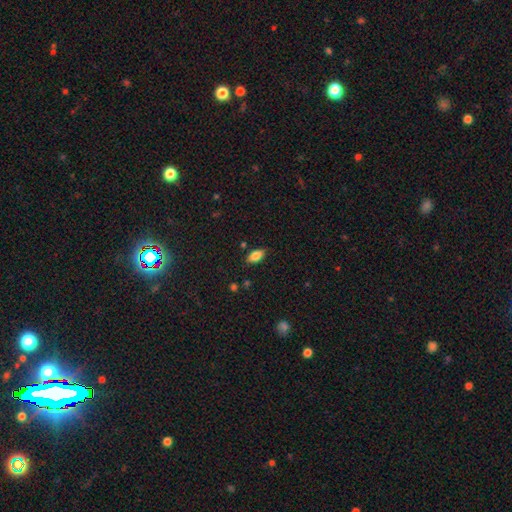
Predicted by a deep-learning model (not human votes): Smooth or featured? Predicted: smooth (p=0.83). How rounded? Predicted: in between (p=0.90). Merging? Predicted: none (p=0.81).